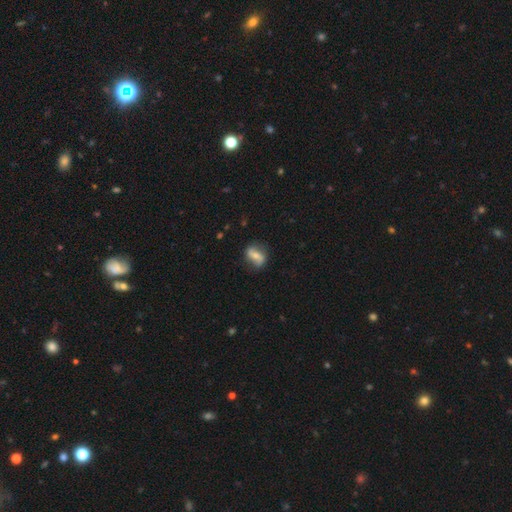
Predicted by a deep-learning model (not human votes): smooth_or_featured: featured or disk (p=0.51) [alt: smooth p=0.41]
disk_edge_on: no (p=0.92) [alt: yes p=0.08]
merging: none (p=0.71) [alt: minor disturbance p=0.20]